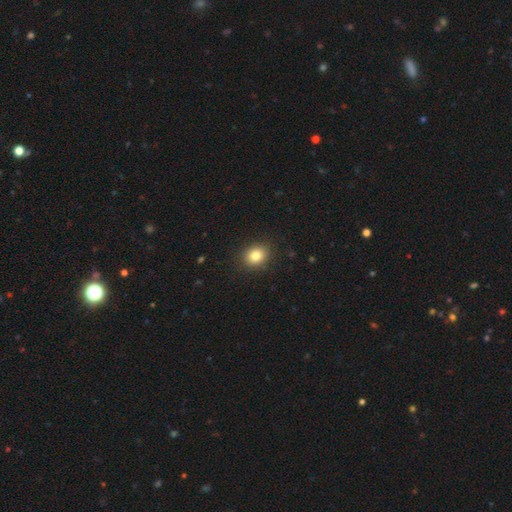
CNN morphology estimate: Q: Smooth or featured?
A: smooth (82%); runner-up: star or artifact (11%)
Q: How rounded?
A: round (61%); runner-up: in between (38%)
Q: Merging?
A: none (90%); runner-up: minor disturbance (7%)